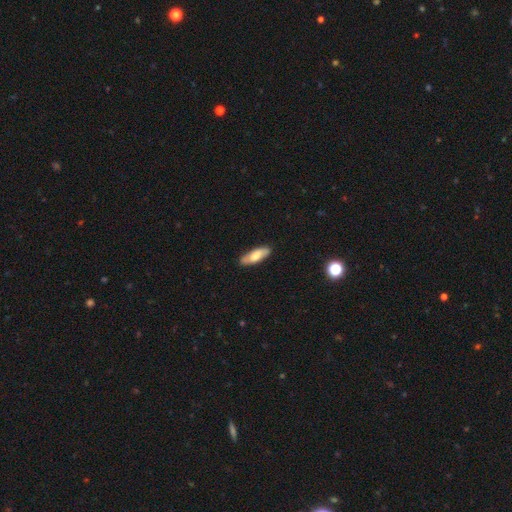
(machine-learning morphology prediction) This appears to be a smooth galaxy with no disk features (63%) that is in between round and cigar-shaped (60%). Merging: none (86%).